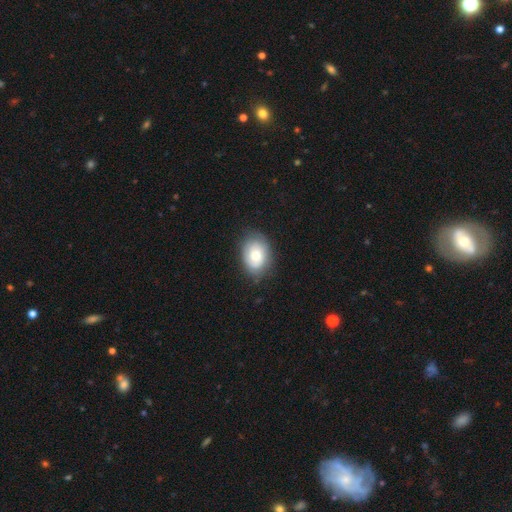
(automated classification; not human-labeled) Smooth or featured?
  - smooth: 59% *
  - featured or disk: 34%
  - star or artifact: 7%
How rounded?
  - in between: 70% *
  - round: 29%
  - cigar-shaped: 1%
Merging?
  - none: 77% *
  - minor disturbance: 17%
  - major disturbance: 5%
  - merger: 1%